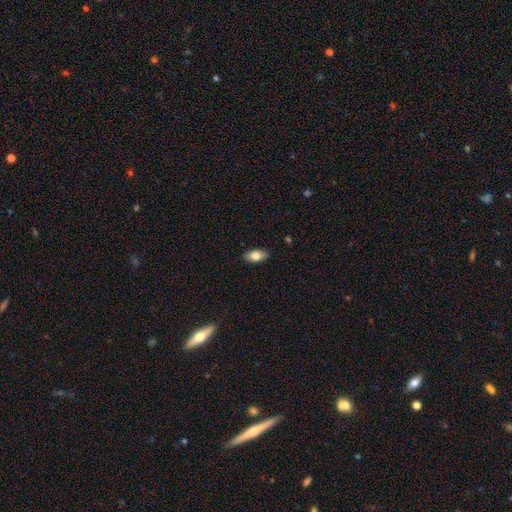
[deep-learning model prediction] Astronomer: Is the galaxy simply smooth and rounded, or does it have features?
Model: smooth — 79%.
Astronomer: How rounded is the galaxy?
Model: in between — 90%.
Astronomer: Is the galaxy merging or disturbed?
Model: none — 89%.